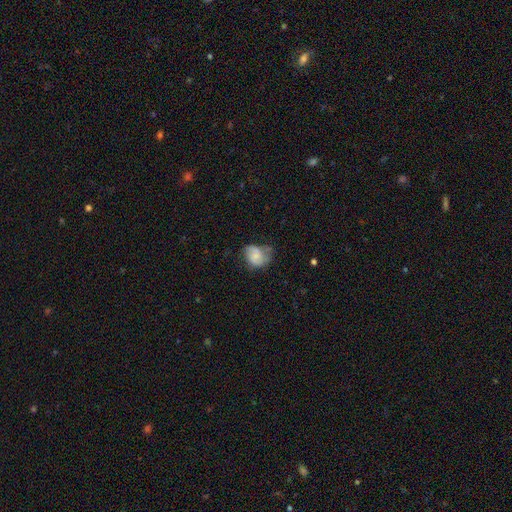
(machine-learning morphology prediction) Smooth or featured: smooth — 60% (featured or disk — 31%)
How rounded: in between — 55% (round — 44%)
Merging: minor disturbance — 40% (none — 33%)